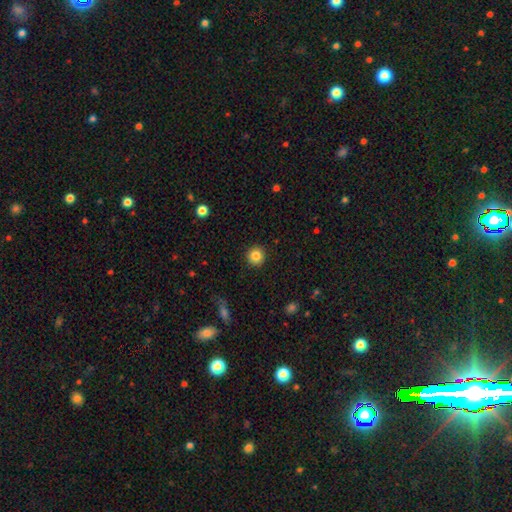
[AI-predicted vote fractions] Smooth or featured? smooth (85%)
How rounded? round (94%)
Merging? none (92%)